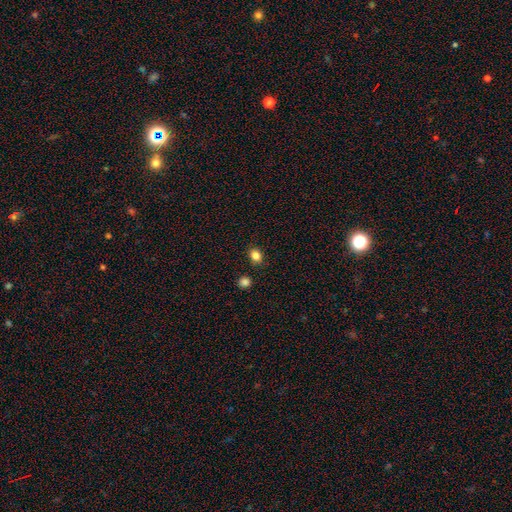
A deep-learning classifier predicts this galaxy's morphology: The model was most divided on "how rounded": round: 60%, in between: 39%, cigar-shaped: 1%. More confident: merging — none (86%); smooth or featured — smooth (83%).